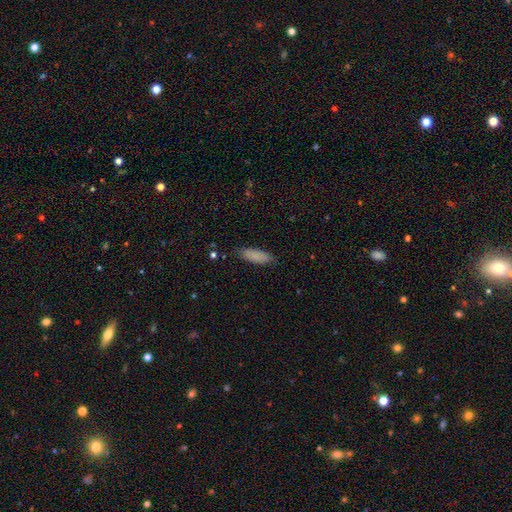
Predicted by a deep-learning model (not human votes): Overall: smooth (85%). How rounded: in between (57%; cigar-shaped 41%). Merging: none (83%).